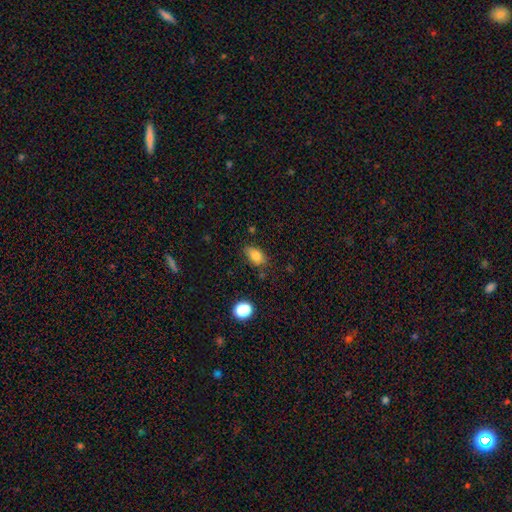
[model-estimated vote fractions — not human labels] Overall: smooth (83%). How rounded: in between (87%). Merging: none (73%).